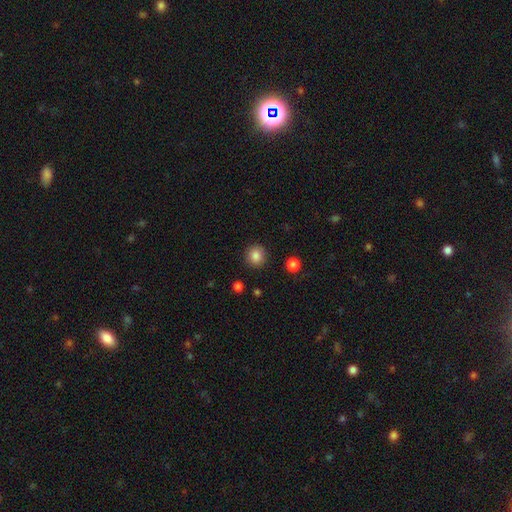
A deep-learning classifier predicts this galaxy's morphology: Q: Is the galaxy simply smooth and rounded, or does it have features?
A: smooth — 86%.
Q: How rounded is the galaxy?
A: round — 90%.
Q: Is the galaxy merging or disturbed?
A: none — 90%.